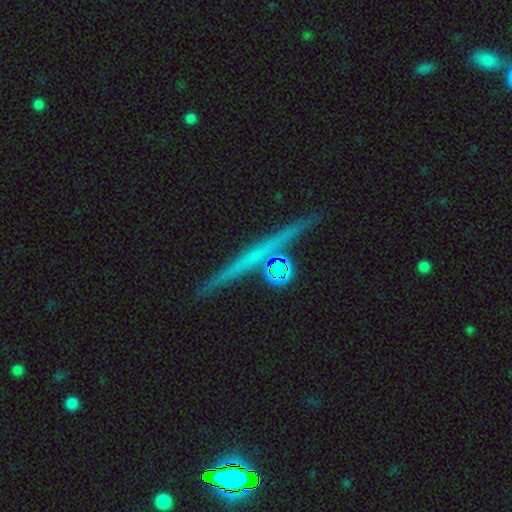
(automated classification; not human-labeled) smooth_or_featured: featured or disk (p=0.56) [alt: smooth p=0.33]
disk_edge_on: yes (p=0.96) [alt: no p=0.04]
edge_on_bulge: none (p=0.85) [alt: rounded p=0.11]
merging: none (p=0.85) [alt: minor disturbance p=0.08]